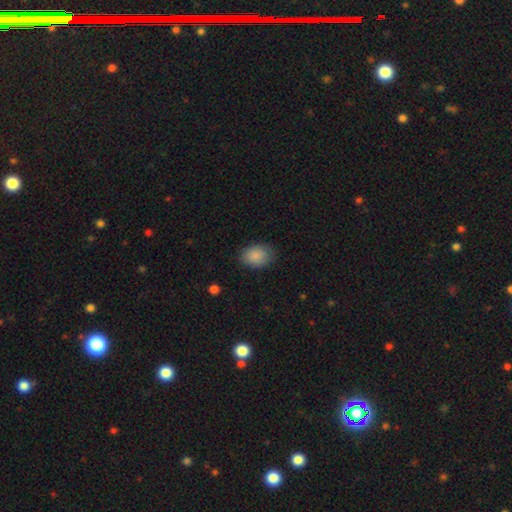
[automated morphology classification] Overall: smooth (88%). How rounded: in between (71%). Merging: none (79%).